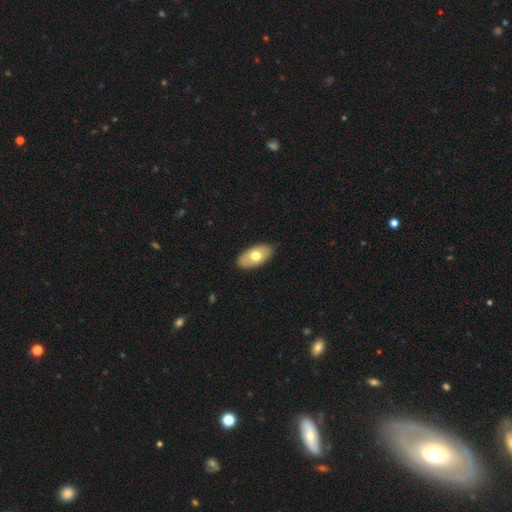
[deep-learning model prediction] smooth 68%, featured or disk 26%, star or artifact 6%. Down the decision tree: how rounded — in between (93%); merging — none (87%).